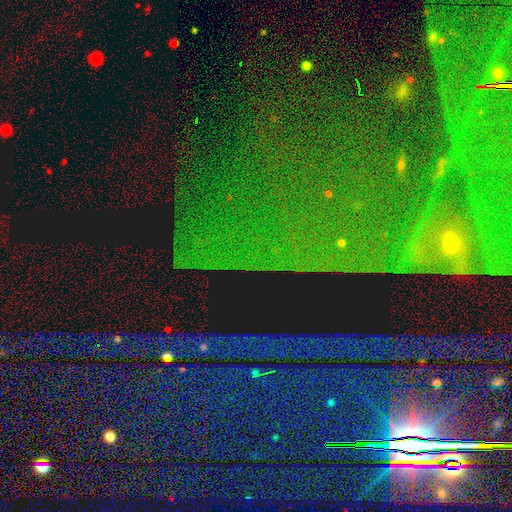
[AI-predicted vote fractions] smooth-or-featured: star or artifact: 83% | featured or disk: 9% | smooth: 7%